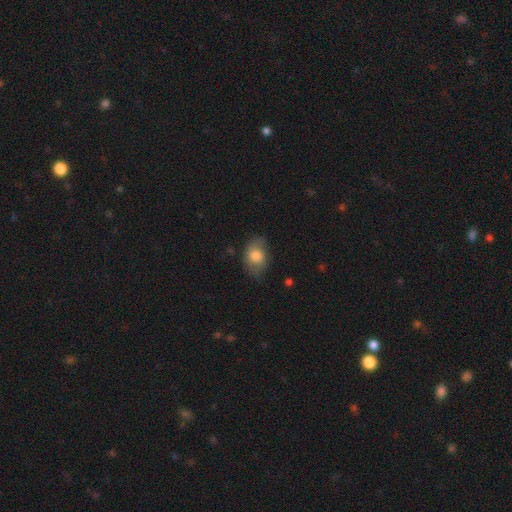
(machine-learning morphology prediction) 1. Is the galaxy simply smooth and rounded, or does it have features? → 74% smooth, 18% featured or disk, 8% star or artifact.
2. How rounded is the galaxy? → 75% in between, 24% round, 1% cigar-shaped.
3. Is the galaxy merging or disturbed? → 65% none, 25% minor disturbance, 8% major disturbance, 1% merger.